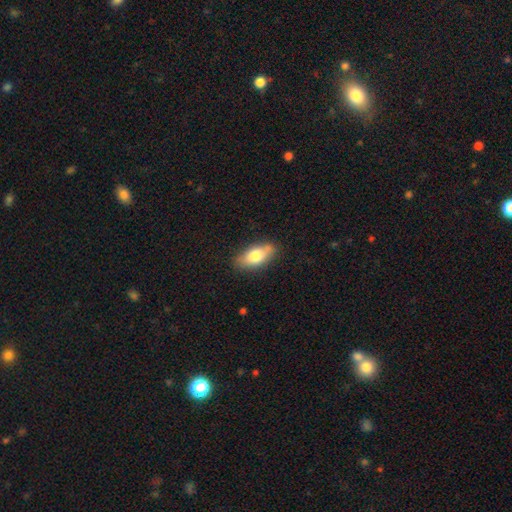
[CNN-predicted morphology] The model was most divided on "smooth or featured": smooth: 73%, featured or disk: 20%, star or artifact: 7%. More confident: how rounded — in between (86%); merging — none (79%).